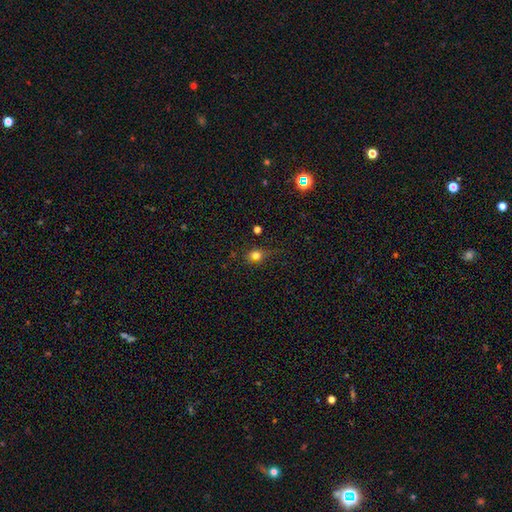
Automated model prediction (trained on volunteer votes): A smooth galaxy with no disk features (71%) that is round (68%).

Vote fractions:
- Smooth or featured? smooth: 71% / star or artifact: 21% / featured or disk: 9%
- How rounded? round: 68% / in between: 30% / cigar-shaped: 2%
- Merging? none: 68% / minor disturbance: 20% / major disturbance: 7% / merger: 5%